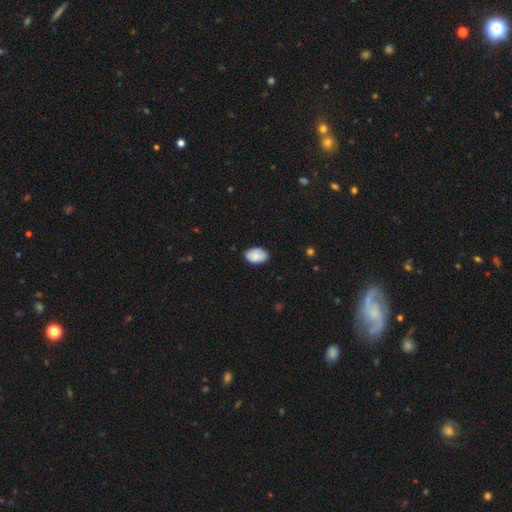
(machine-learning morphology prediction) smooth-or-featured: smooth: 86% | featured or disk: 8% | star or artifact: 7%
  how-rounded: in between: 90% | round: 9% | cigar-shaped: 1%
  merging: none: 81% | minor disturbance: 16% | major disturbance: 2% | merger: 1%